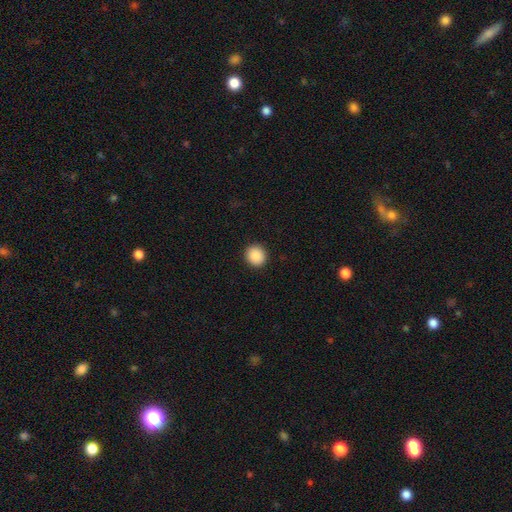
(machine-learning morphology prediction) This is clearly a smooth galaxy (90%). How rounded: clearly round (88%). Merging: clearly none (93%).